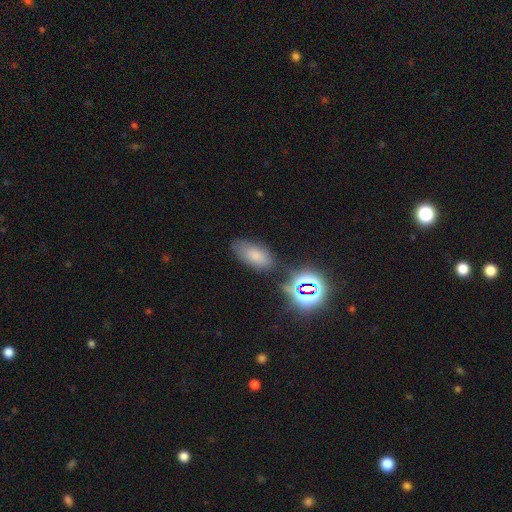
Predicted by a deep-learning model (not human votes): Q: Smooth or featured?
A: smooth (69%); runner-up: star or artifact (20%)
Q: How rounded?
A: in between (89%); runner-up: round (6%)
Q: Merging?
A: none (72%); runner-up: minor disturbance (16%)